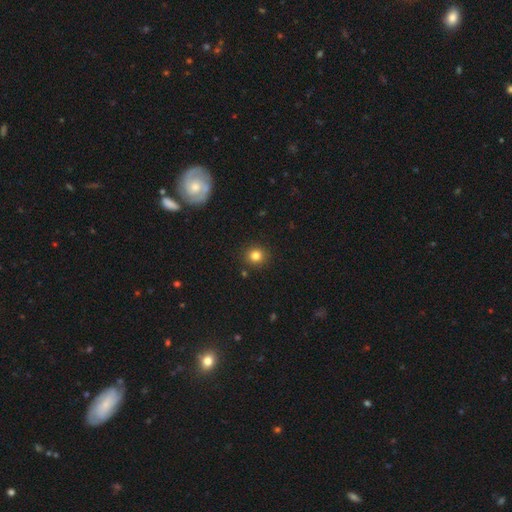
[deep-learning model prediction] Smooth or featured? Predicted: smooth (p=0.81). How rounded? Predicted: round (p=0.90). Merging? Predicted: none (p=0.90).